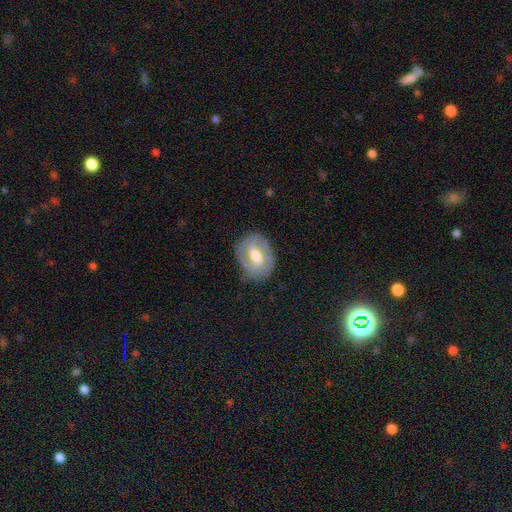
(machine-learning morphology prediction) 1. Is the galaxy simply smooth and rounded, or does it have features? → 68% featured or disk, 26% smooth, 6% star or artifact.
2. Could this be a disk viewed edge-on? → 96% no, 4% yes.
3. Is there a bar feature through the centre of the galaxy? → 49% weak, 26% strong, 25% no.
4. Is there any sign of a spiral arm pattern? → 75% yes, 25% no.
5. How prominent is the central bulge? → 66% moderate, 16% large, 15% small, 2% none, 1% dominant.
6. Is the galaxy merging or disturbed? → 77% none, 16% minor disturbance, 5% major disturbance, 1% merger.